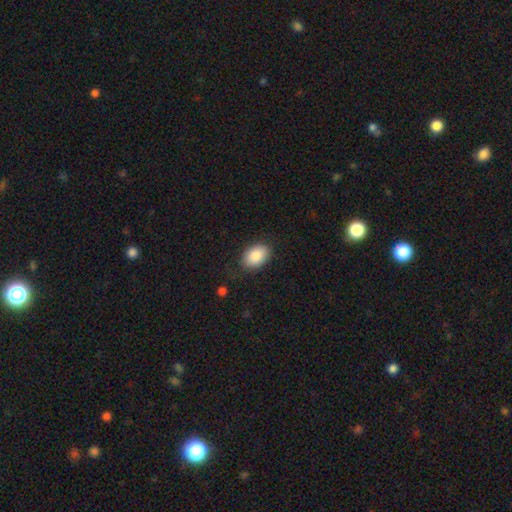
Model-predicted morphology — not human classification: This appears to be a smooth galaxy with no disk features (87%) that is in between round and cigar-shaped (85%). Merging: none (81%).